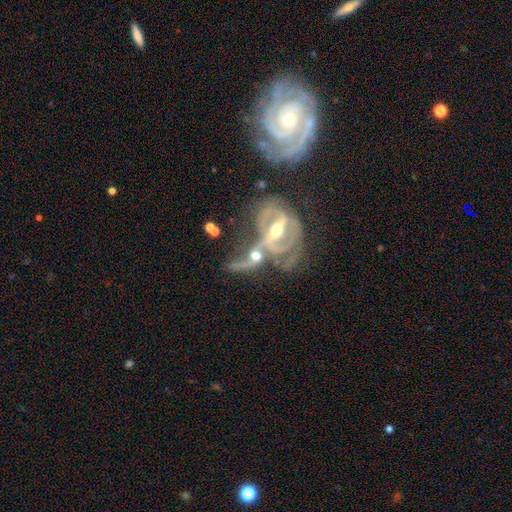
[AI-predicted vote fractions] Q: Smooth or featured?
A: featured or disk (81%); runner-up: smooth (12%)
Q: Edge-on disk?
A: no (92%); runner-up: yes (8%)
Q: Bar?
A: strong (36%); tied with: weak (36%)
Q: Spiral arms?
A: yes (85%); runner-up: no (15%)
Q: Spiral winding?
A: loose (42%); runner-up: medium (40%)
Q: Spiral arm count?
A: 2 (74%); runner-up: can't tell (9%)
Q: Bulge size?
A: moderate (67%); runner-up: small (23%)
Q: Merging?
A: merger (68%); runner-up: none (15%)